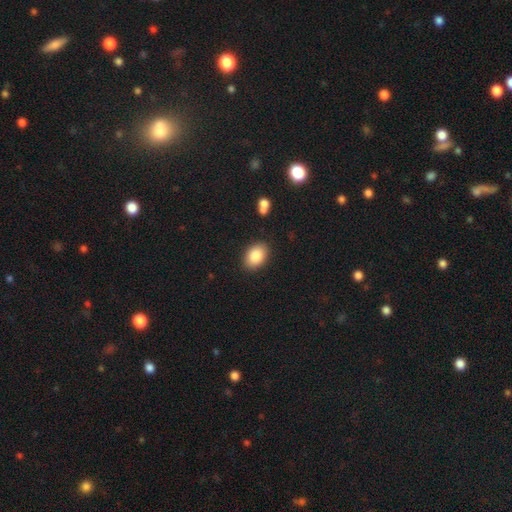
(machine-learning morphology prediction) The model was most divided on "how rounded": in between: 83%, round: 16%, cigar-shaped: 1%. More confident: smooth or featured — smooth (87%); merging — none (86%).